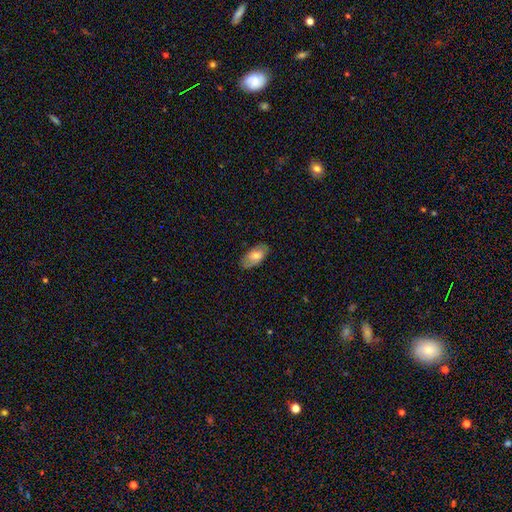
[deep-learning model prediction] This appears to be a smooth galaxy with no disk features (67%) that is in between round and cigar-shaped (93%). Merging: none (80%).